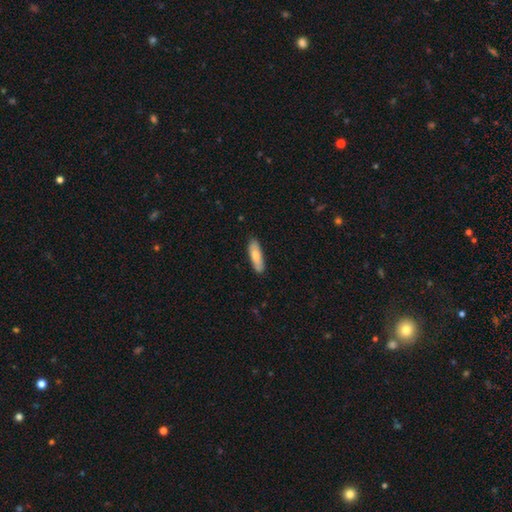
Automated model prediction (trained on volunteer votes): This appears to be a smooth galaxy with no disk features (76%) that is cigar-shaped (55%). Merging: none (87%).